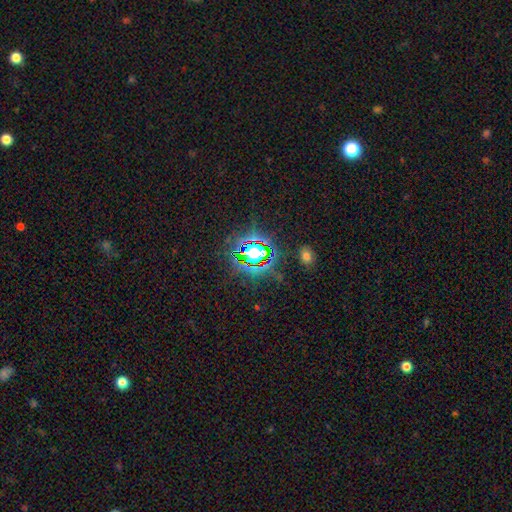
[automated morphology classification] Smooth or featured?
  - star or artifact: 74% *
  - smooth: 16%
  - featured or disk: 11%